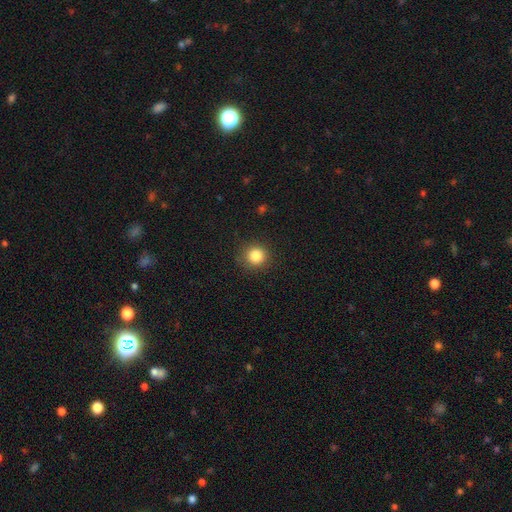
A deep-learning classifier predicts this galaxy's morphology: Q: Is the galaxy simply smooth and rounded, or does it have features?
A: smooth — 85%.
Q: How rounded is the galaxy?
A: round — 92%.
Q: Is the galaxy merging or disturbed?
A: none — 88%.